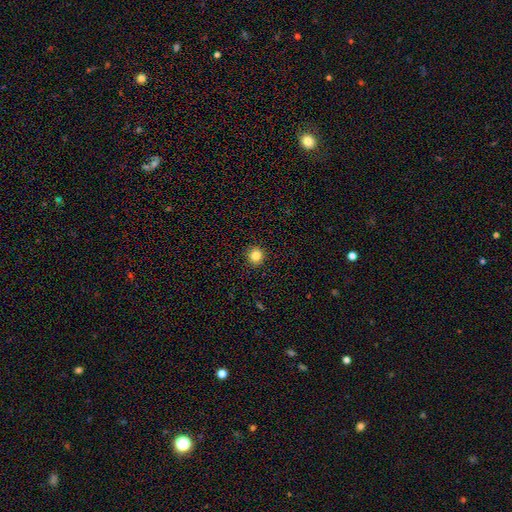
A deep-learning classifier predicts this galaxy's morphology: A smooth galaxy with no disk features (84%) that is round (93%).

Vote fractions:
- Smooth or featured? smooth: 84% / star or artifact: 11% / featured or disk: 5%
- How rounded? round: 93% / in between: 6% / cigar-shaped: 1%
- Merging? none: 92% / minor disturbance: 5% / major disturbance: 2% / merger: 1%